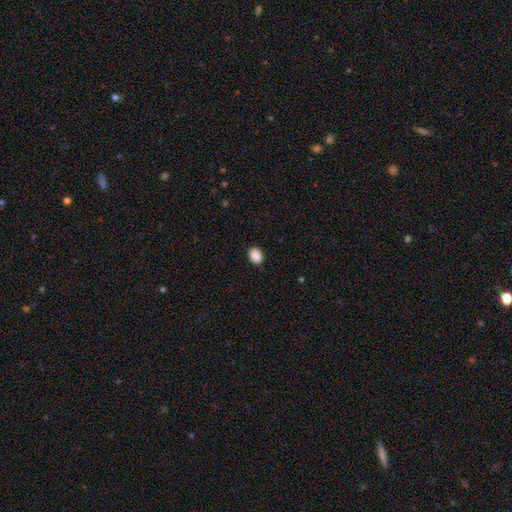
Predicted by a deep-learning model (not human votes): Smooth or featured?
  - smooth: 90% *
  - star or artifact: 7%
  - featured or disk: 2%
How rounded?
  - in between: 72% *
  - round: 27%
  - cigar-shaped: 1%
Merging?
  - none: 90% *
  - minor disturbance: 8%
  - major disturbance: 2%
  - merger: 1%